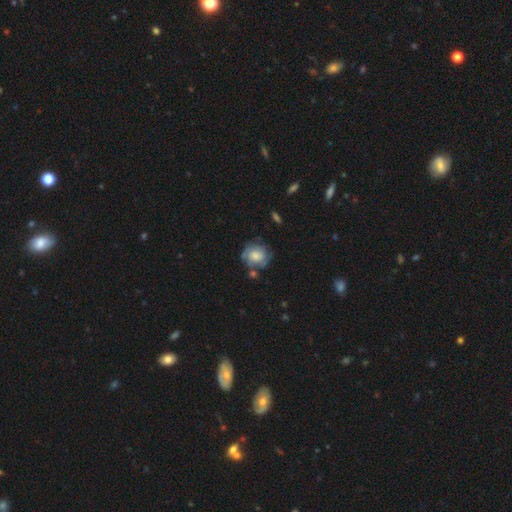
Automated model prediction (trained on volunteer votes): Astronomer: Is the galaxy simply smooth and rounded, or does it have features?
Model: smooth — 50% (runner-up: featured or disk, 42%).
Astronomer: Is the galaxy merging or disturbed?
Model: none — 61%.